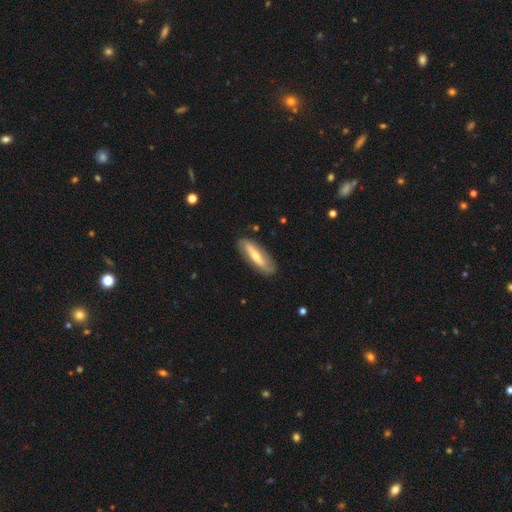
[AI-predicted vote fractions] Q: Smooth or featured?
A: featured or disk (47%); tied with: smooth (47%)
Q: Merging?
A: none (83%); runner-up: minor disturbance (12%)